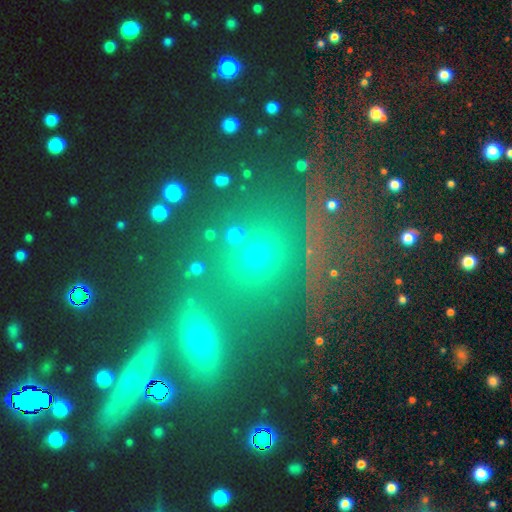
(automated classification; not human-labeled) Smooth or featured: star or artifact — 61% (smooth — 25%)